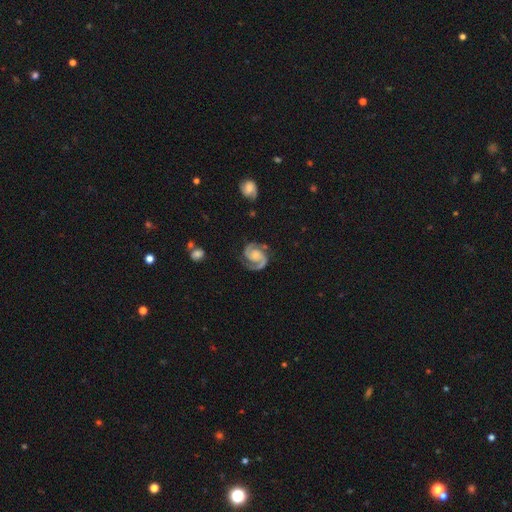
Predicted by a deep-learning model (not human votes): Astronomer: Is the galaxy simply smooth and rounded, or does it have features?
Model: featured or disk — 92%.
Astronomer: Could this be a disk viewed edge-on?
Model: no — 98%.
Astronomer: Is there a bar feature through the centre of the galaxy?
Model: no — 60%.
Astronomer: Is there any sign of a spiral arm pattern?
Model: yes — 98%.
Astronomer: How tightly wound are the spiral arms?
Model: medium — 51% (runner-up: tight, 40%).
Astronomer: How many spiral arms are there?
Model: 2 — 94%.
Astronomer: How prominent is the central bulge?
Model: small — 32% (runner-up: moderate, 30%).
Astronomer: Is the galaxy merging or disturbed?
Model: none — 78%.